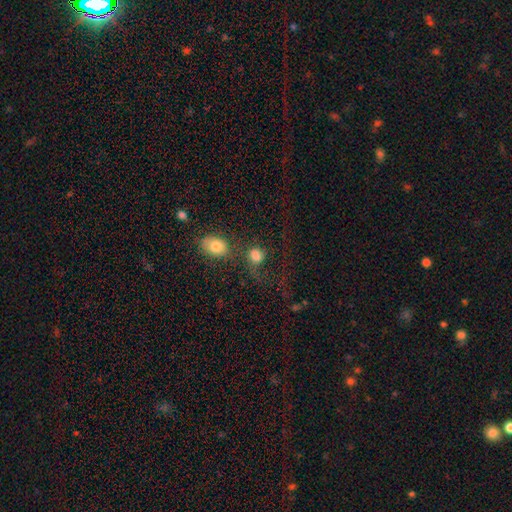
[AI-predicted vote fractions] Overall: smooth (77%). How rounded: round (65%; in between 34%). Merging: none (40%; merger 28%).